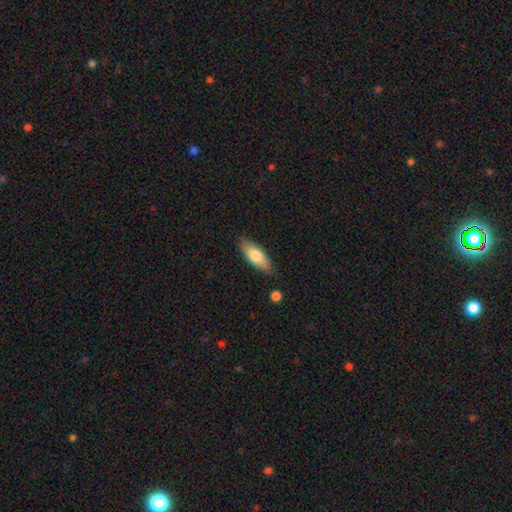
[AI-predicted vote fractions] smooth-or-featured: smooth: 72% | featured or disk: 22% | star or artifact: 6%
  how-rounded: in between: 69% | cigar-shaped: 29% | round: 2%
  merging: none: 83% | minor disturbance: 12% | major disturbance: 2% | merger: 2%